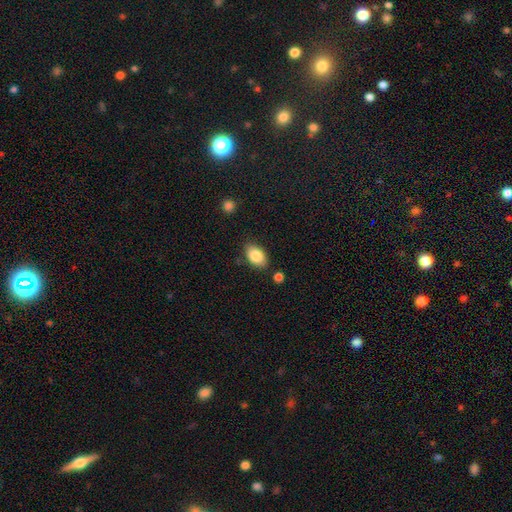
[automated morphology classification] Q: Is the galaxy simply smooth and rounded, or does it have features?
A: smooth — 86%.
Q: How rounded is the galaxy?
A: in between — 89%.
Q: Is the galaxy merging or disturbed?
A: none — 79%.